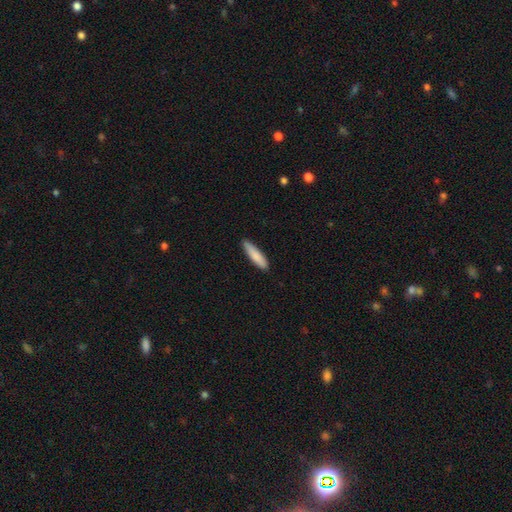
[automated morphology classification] A smooth galaxy with no disk features (85%) that is cigar-shaped (77%). Merging: none (86%).